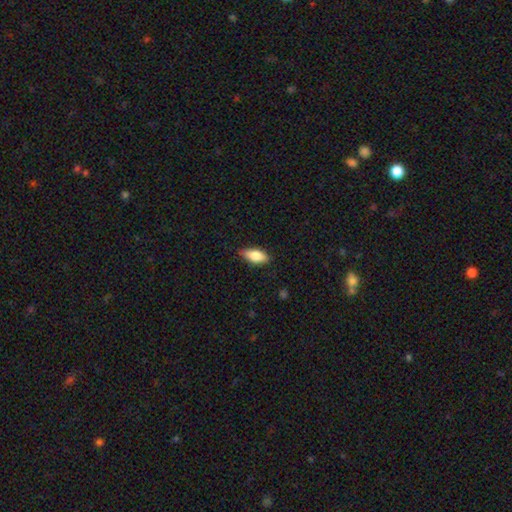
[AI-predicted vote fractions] A smooth galaxy with no disk features (80%) that is in between round and cigar-shaped (86%).

Vote fractions:
- Smooth or featured? smooth: 80% / featured or disk: 13% / star or artifact: 6%
- How rounded? in between: 86% / cigar-shaped: 12% / round: 3%
- Merging? none: 85% / minor disturbance: 12% / major disturbance: 2% / merger: 1%